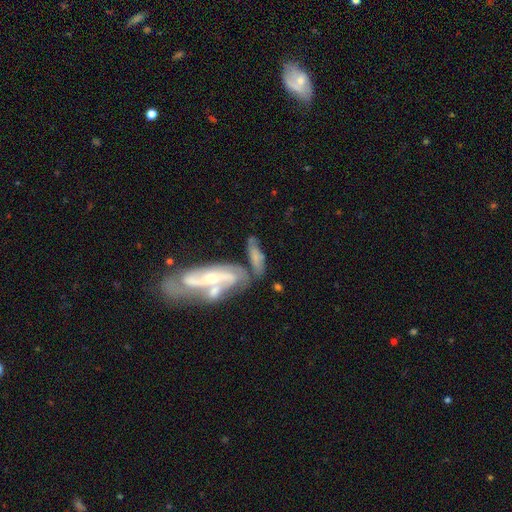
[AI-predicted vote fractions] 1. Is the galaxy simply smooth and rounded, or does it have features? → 49% smooth, 44% featured or disk, 8% star or artifact.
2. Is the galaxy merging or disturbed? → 40% merger, 34% none, 17% minor disturbance, 9% major disturbance.